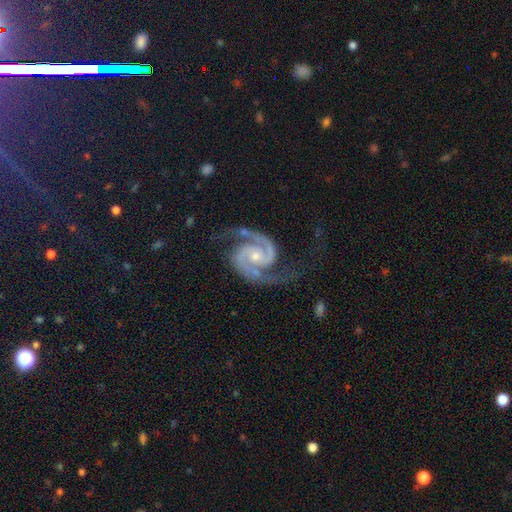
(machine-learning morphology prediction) The model was most divided on "bulge size": small: 53%, moderate: 42%, none: 2%, large: 2%, dominant: 1%. More confident: spiral arms — yes (99%); edge-on disk — no (98%); spiral arm count — 2 (94%); smooth or featured — featured or disk (94%); merging — none (75%); bar — no (62%); spiral winding — medium (58%).